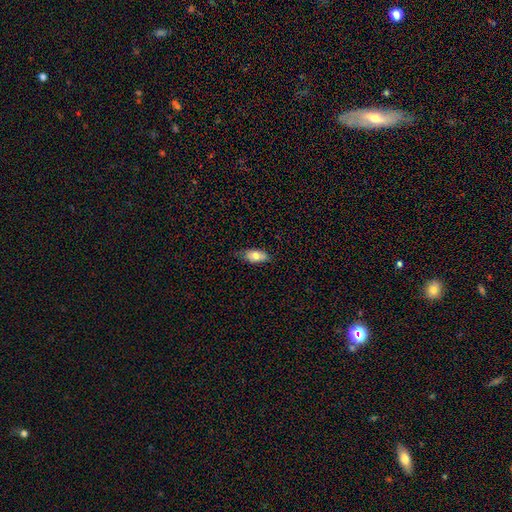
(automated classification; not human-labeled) smooth_or_featured: smooth (p=0.74) [alt: featured or disk p=0.18]
how_rounded: in between (p=0.89) [alt: cigar-shaped p=0.06]
merging: none (p=0.72) [alt: minor disturbance p=0.23]